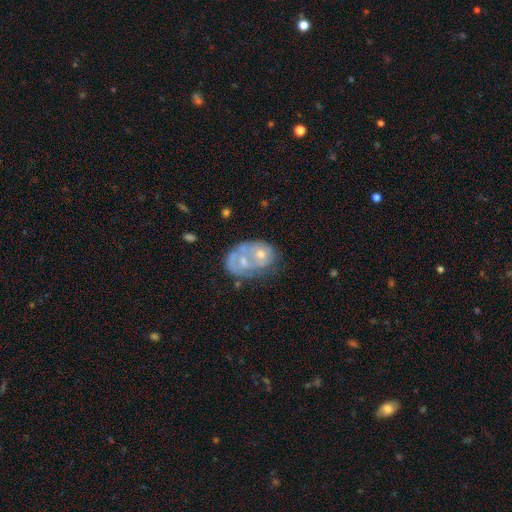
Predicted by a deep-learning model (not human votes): smooth-or-featured: featured or disk: 62% | smooth: 29% | star or artifact: 8%
  disk-edge-on: no: 97% | yes: 3%
    bar: no: 87% | weak: 10% | strong: 2%
    has-spiral-arms: no: 66% | yes: 34%
    bulge-size: moderate: 46% | small: 40% | none: 10% | large: 3% | dominant: 2%
  merging: merger: 45% | none: 26% | minor disturbance: 16% | major disturbance: 14%